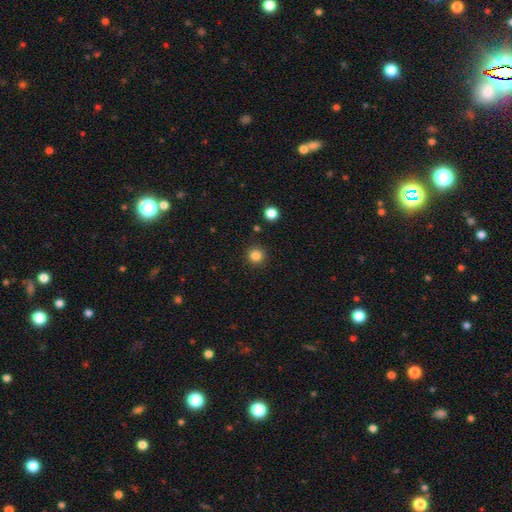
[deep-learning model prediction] Overall: smooth (83%). How rounded: round (95%). Merging: none (91%).